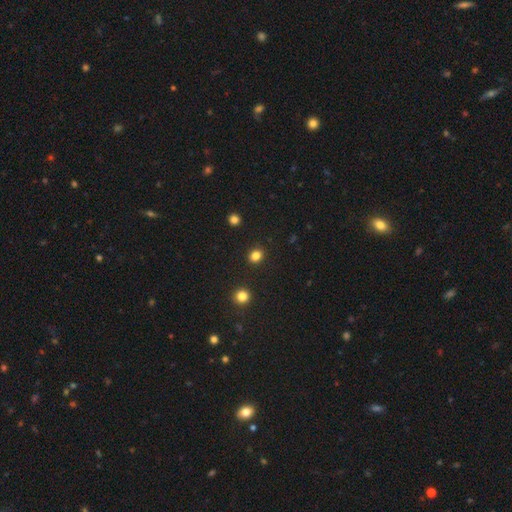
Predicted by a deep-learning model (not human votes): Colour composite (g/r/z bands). It shows a smooth galaxy with no disk features (82%) that is round (66%). Merging: none (90%).